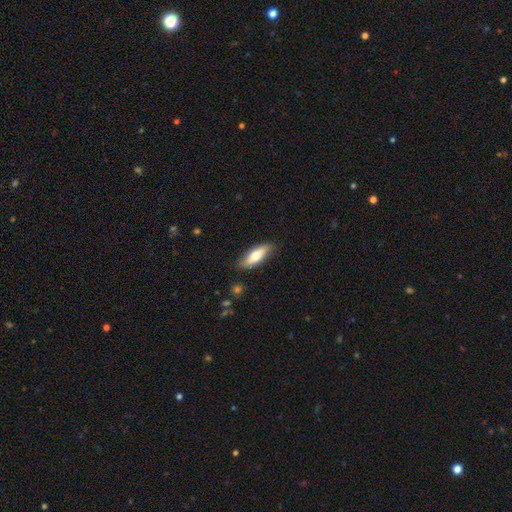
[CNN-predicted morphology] smooth_or_featured: smooth (p=0.63) [alt: featured or disk p=0.32]
how_rounded: in between (p=0.59) [alt: cigar-shaped p=0.38]
merging: none (p=0.84) [alt: minor disturbance p=0.12]